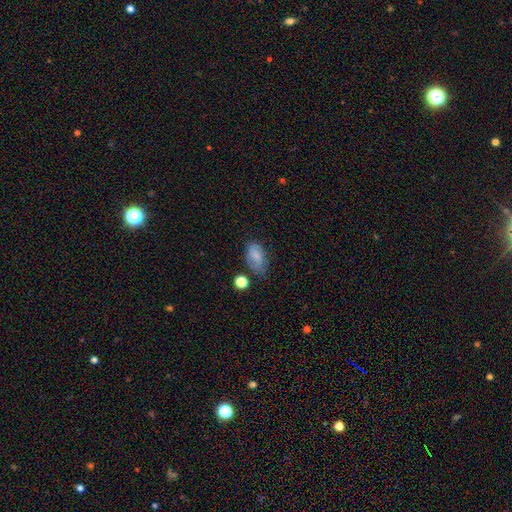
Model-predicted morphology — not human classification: A smooth galaxy with no disk features (73%) that is in between round and cigar-shaped (89%).

Vote fractions:
- Smooth or featured? smooth: 73% / featured or disk: 17% / star or artifact: 10%
- How rounded? in between: 89% / round: 8% / cigar-shaped: 3%
- Merging? none: 52% / minor disturbance: 31% / major disturbance: 12% / merger: 6%